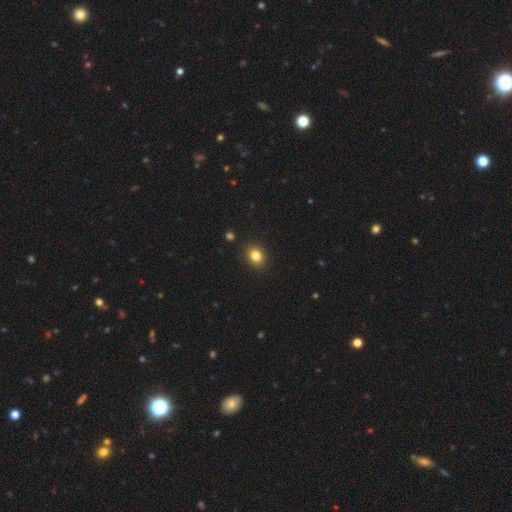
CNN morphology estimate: smooth_or_featured: smooth (p=0.83) [alt: star or artifact p=0.11]
how_rounded: round (p=0.59) [alt: in between p=0.40]
merging: none (p=0.90) [alt: minor disturbance p=0.07]